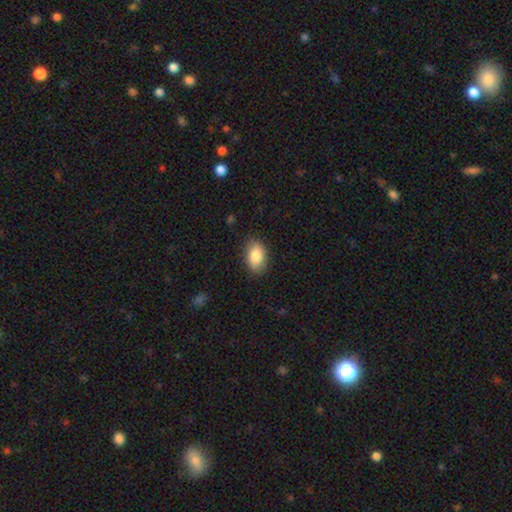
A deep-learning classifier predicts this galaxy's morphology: Smooth or featured: smooth — 84% (featured or disk — 9%)
How rounded: in between — 89% (round — 9%)
Merging: none — 84% (minor disturbance — 12%)